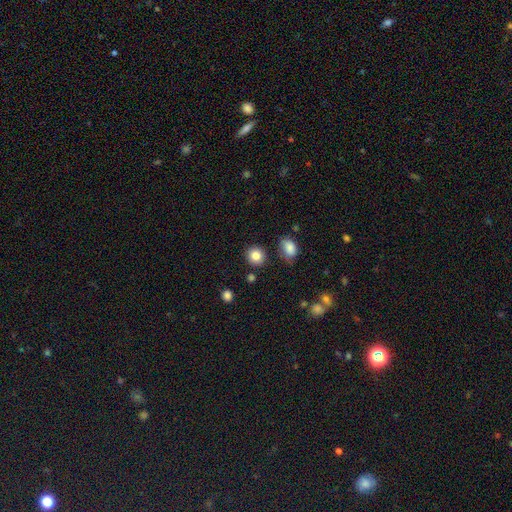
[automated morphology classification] This is clearly a smooth galaxy (84%). How rounded: clearly round (88%). Merging: clearly none (85%).